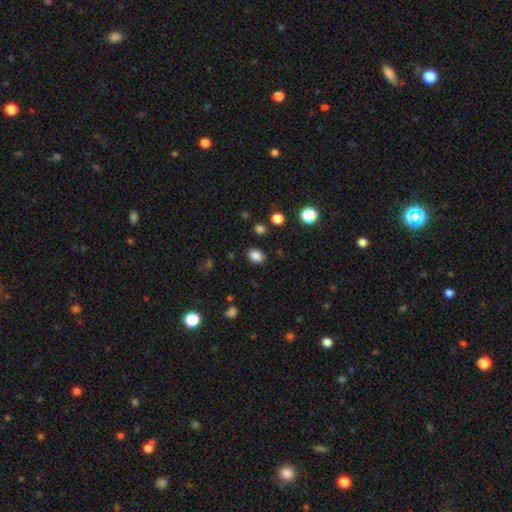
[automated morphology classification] A smooth galaxy with no disk features (84%) that is in between round and cigar-shaped (50%).

Vote fractions:
- Smooth or featured? smooth: 84% / star or artifact: 12% / featured or disk: 4%
- How rounded? in between: 50% / round: 49% / cigar-shaped: 1%
- Merging? none: 87% / minor disturbance: 9% / major disturbance: 3% / merger: 2%